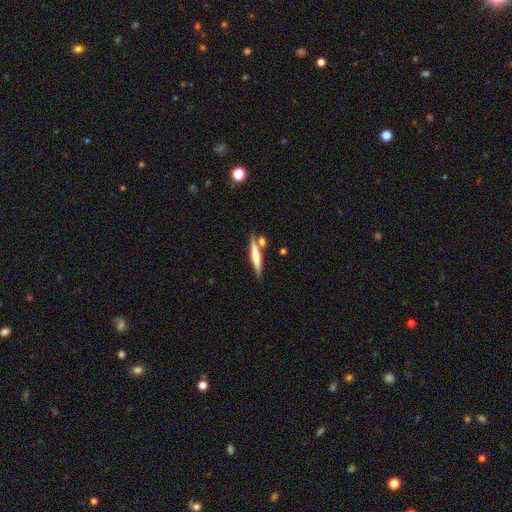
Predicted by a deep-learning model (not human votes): smooth_or_featured: featured or disk (p=0.49) [alt: smooth p=0.45]
merging: none (p=0.73) [alt: merger p=0.13]